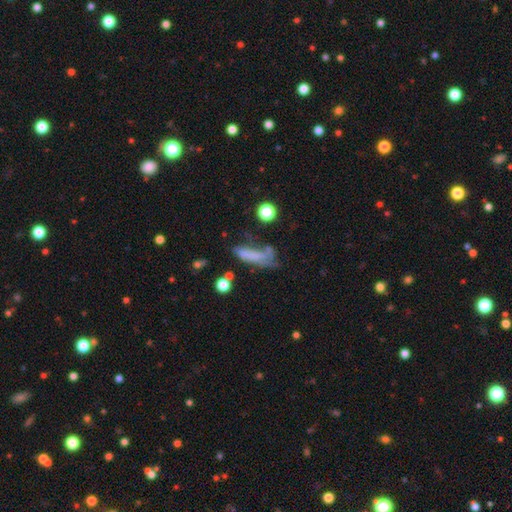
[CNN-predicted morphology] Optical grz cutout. It shows a smooth galaxy with no disk features (51%) that is cigar-shaped (51%). Merging: major disturbance (36%).